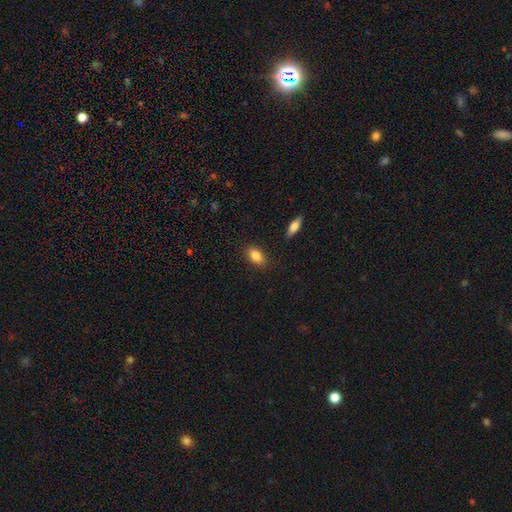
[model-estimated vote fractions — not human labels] Smooth or featured? smooth (84%)
How rounded? in between (86%)
Merging? none (85%)